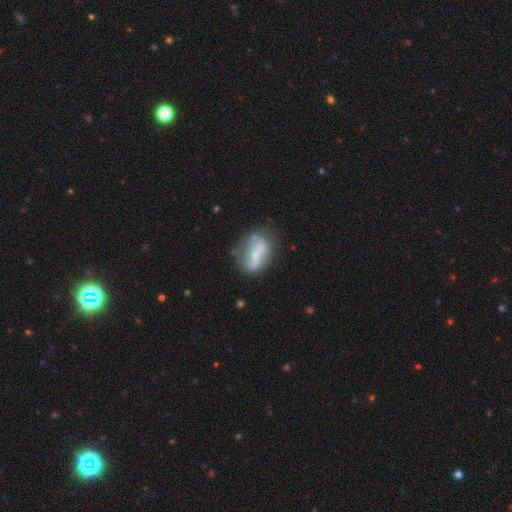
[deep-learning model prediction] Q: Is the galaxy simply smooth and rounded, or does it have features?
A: smooth — 49%.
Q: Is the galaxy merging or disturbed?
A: none — 48%.